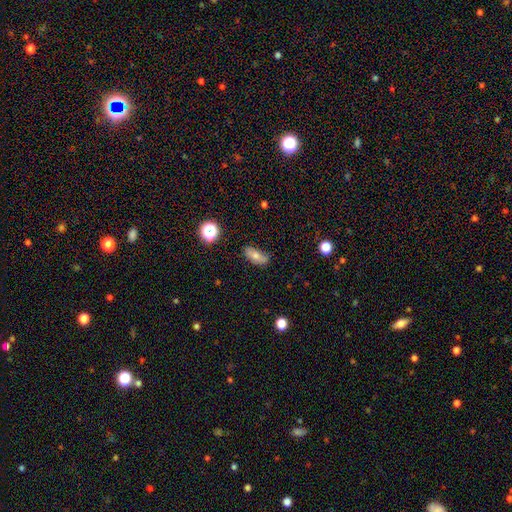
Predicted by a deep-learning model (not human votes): smooth_or_featured: smooth (p=0.69) [alt: featured or disk p=0.20]
how_rounded: in between (p=0.80) [alt: cigar-shaped p=0.13]
merging: none (p=0.71) [alt: minor disturbance p=0.22]